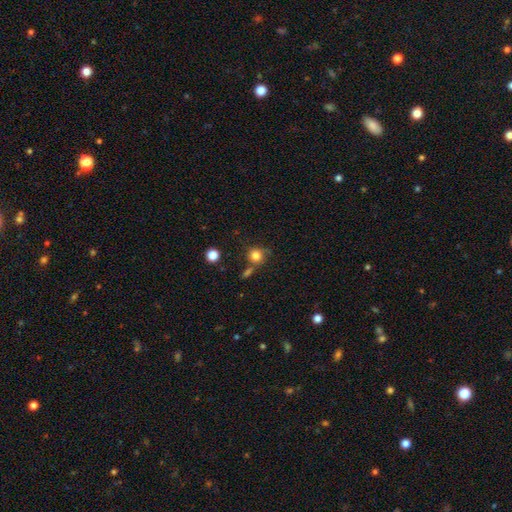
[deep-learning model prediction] smooth_or_featured: smooth (p=0.81) [alt: star or artifact p=0.11]
how_rounded: round (p=0.87) [alt: in between p=0.12]
merging: none (p=0.65) [alt: minor disturbance p=0.16]